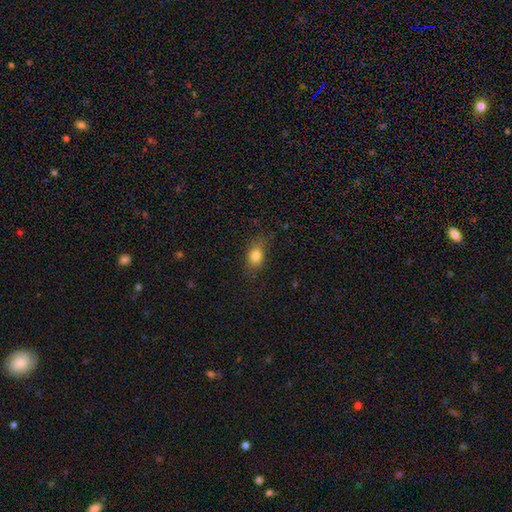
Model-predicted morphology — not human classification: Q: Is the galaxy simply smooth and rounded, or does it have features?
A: smooth — 81%.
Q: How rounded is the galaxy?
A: in between — 72%.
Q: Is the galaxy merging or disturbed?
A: none — 74%.